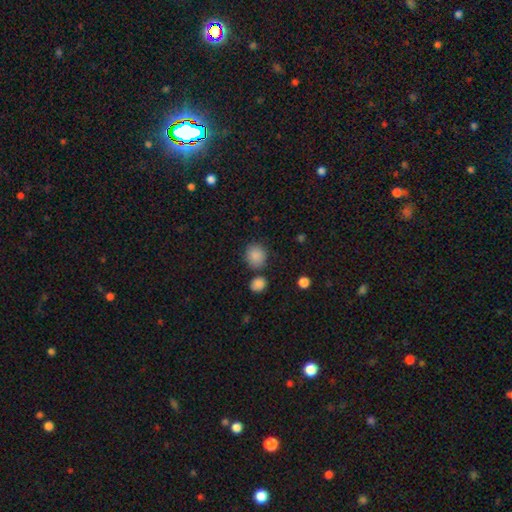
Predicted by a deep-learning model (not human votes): Smooth or featured: smooth — 87% (star or artifact — 9%)
How rounded: round — 78% (in between — 21%)
Merging: none — 76% (minor disturbance — 12%)